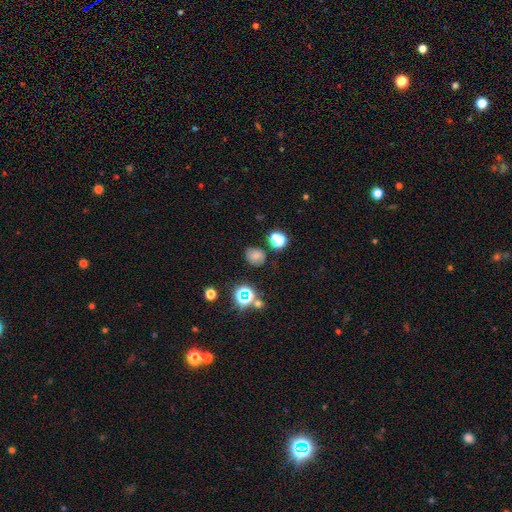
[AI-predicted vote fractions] A smooth galaxy with no disk features (66%) that is round (64%).

Vote fractions:
- Smooth or featured? smooth: 66% / star or artifact: 22% / featured or disk: 12%
- How rounded? round: 64% / in between: 35% / cigar-shaped: 1%
- Merging? none: 75% / minor disturbance: 16% / major disturbance: 5% / merger: 4%